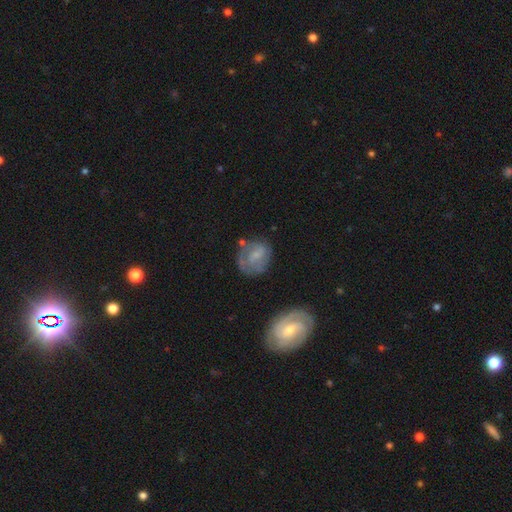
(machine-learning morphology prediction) This appears to be a featured or disk galaxy (53%) with no bar (45%), spiral arms (72%) and a small central bulge (49%). Merging: none (59%).